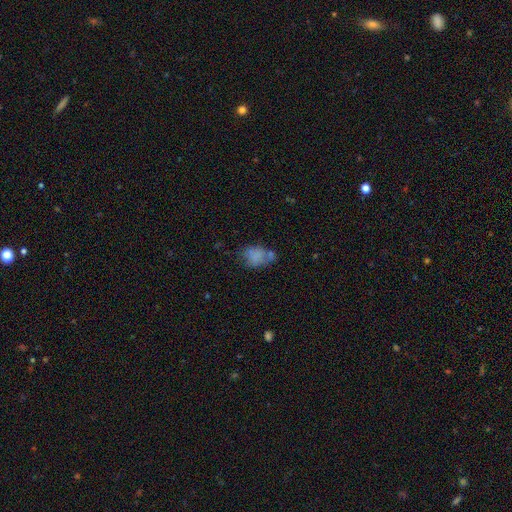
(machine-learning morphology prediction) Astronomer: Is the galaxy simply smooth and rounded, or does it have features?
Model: smooth — 73%.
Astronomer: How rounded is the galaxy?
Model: in between — 67%.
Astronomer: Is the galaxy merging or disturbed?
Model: none — 39% (runner-up: merger, 25%).